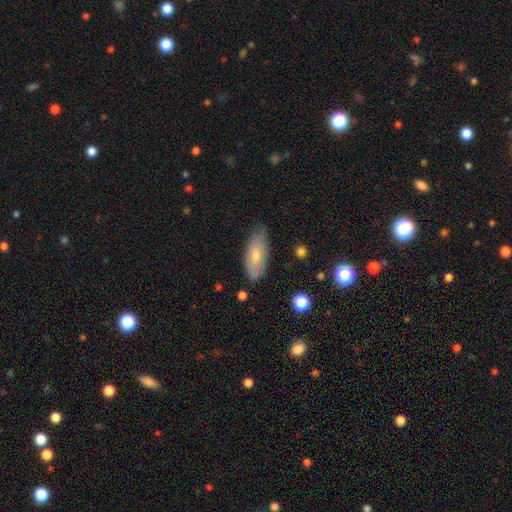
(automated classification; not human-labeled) Q: Smooth or featured?
A: smooth (60%); runner-up: featured or disk (33%)
Q: How rounded?
A: in between (81%); runner-up: cigar-shaped (16%)
Q: Merging?
A: none (74%); runner-up: minor disturbance (21%)